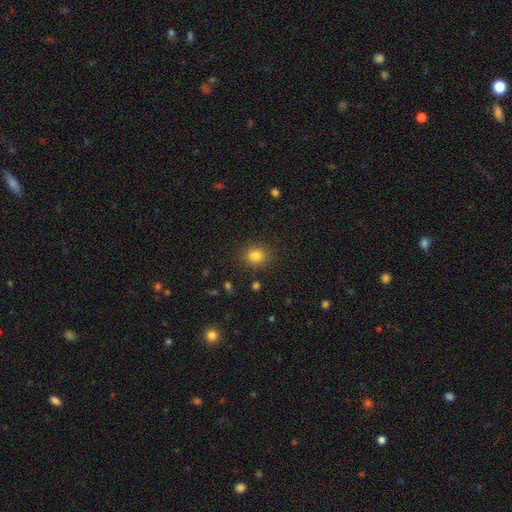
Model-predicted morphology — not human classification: smooth-or-featured: smooth: 83% | star or artifact: 12% | featured or disk: 5%
  how-rounded: round: 72% | in between: 27% | cigar-shaped: 1%
  merging: none: 85% | minor disturbance: 10% | major disturbance: 3% | merger: 2%